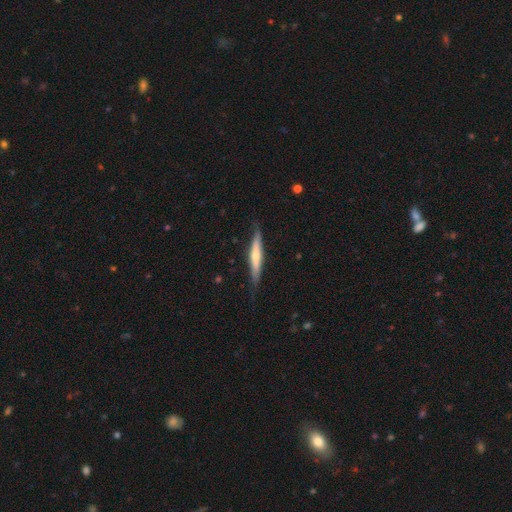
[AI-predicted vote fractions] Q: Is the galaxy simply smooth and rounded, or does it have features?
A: featured or disk — 50%.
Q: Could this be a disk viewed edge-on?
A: yes — 94%.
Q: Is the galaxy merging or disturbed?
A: none — 82%.